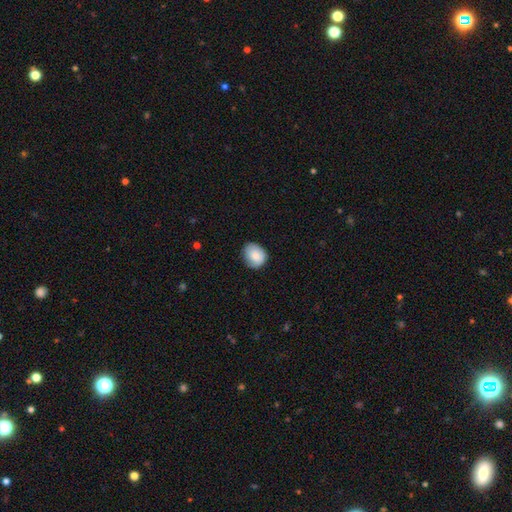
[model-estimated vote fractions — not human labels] smooth 83%, featured or disk 10%, star or artifact 8%. Down the decision tree: how rounded — round (63%); merging — none (73%).